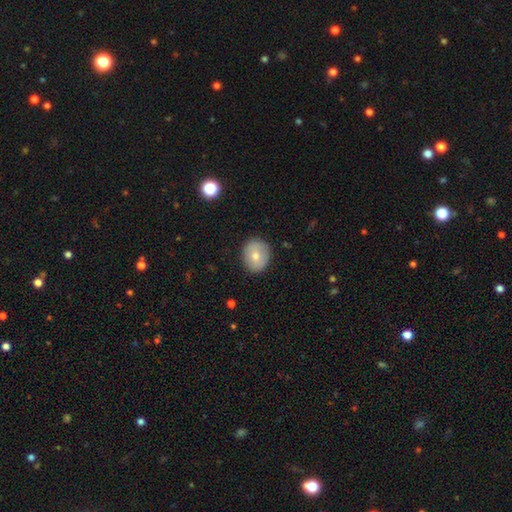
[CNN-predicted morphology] A smooth galaxy with no disk features (69%) that is round (67%). Merging: none (84%).